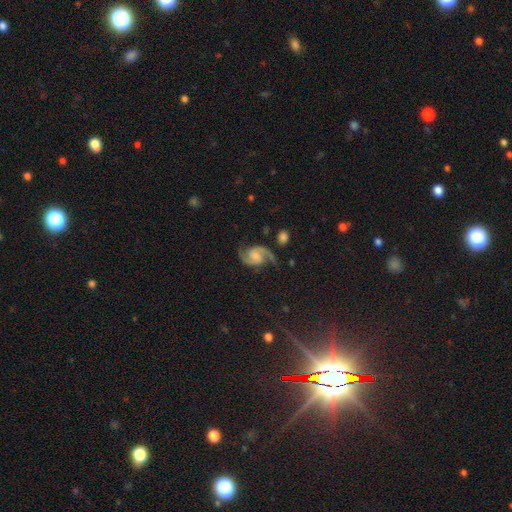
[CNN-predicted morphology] Q: Smooth or featured?
A: featured or disk (88%); runner-up: star or artifact (6%)
Q: Edge-on disk?
A: no (98%); runner-up: yes (2%)
Q: Bar?
A: no (52%); runner-up: weak (38%)
Q: Spiral arms?
A: yes (98%); runner-up: no (2%)
Q: Spiral winding?
A: medium (53%); runner-up: loose (32%)
Q: Spiral arm count?
A: 2 (93%); runner-up: 1 (2%)
Q: Bulge size?
A: small (38%); runner-up: moderate (30%)
Q: Merging?
A: none (74%); runner-up: minor disturbance (15%)